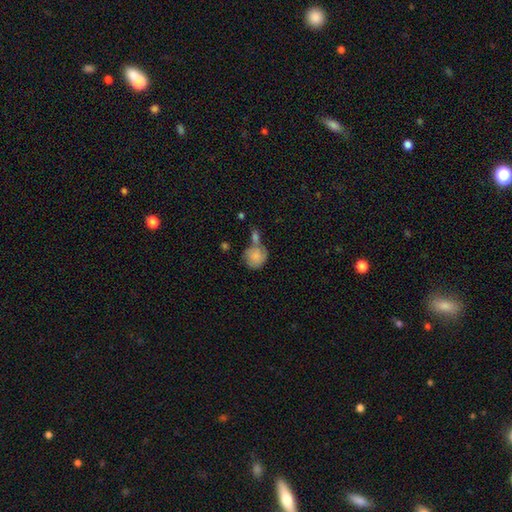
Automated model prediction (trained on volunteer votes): The model was most divided on "merging": none: 38%, merger: 34%, minor disturbance: 19%, major disturbance: 9%. More confident: how rounded — round (79%); smooth or featured — smooth (75%).